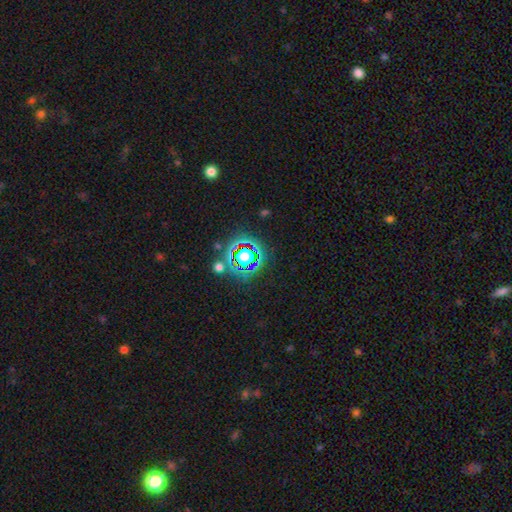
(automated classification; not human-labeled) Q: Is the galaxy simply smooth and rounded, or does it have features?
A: star or artifact — 78%.